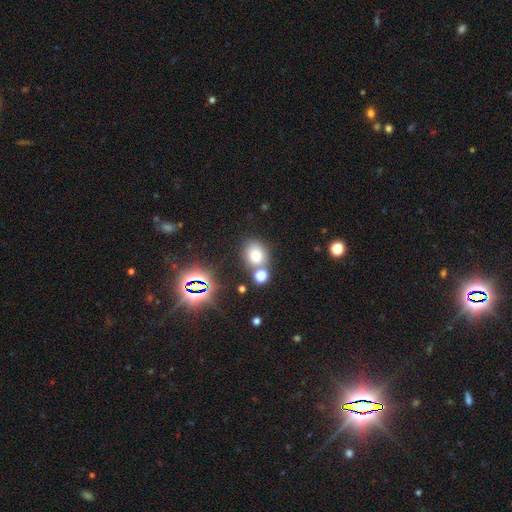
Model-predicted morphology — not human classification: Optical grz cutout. It shows a smooth galaxy with no disk features (71%) that is round (60%). Merging: none (64%).